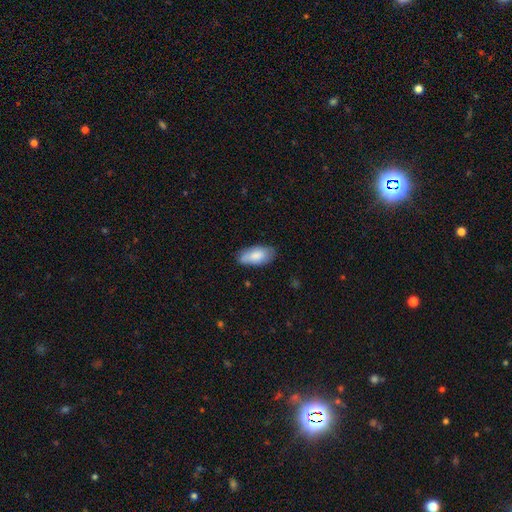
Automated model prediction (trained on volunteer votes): Smooth or featured? Predicted: smooth (p=0.82). How rounded? Predicted: in between (p=0.92). Merging? Predicted: none (p=0.72).